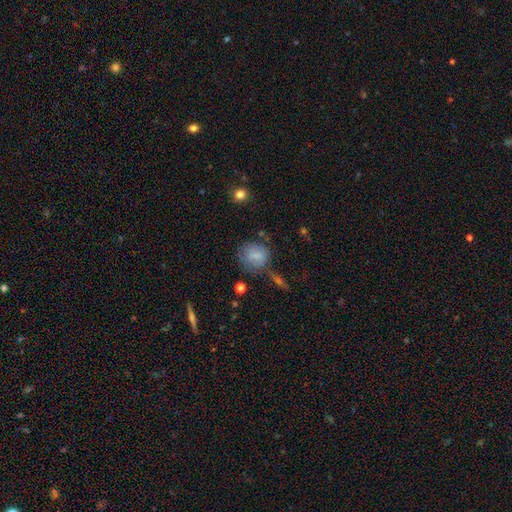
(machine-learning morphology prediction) This is likely a smooth galaxy (72%). How rounded: likely round (69%). Merging: possibly none (59%).